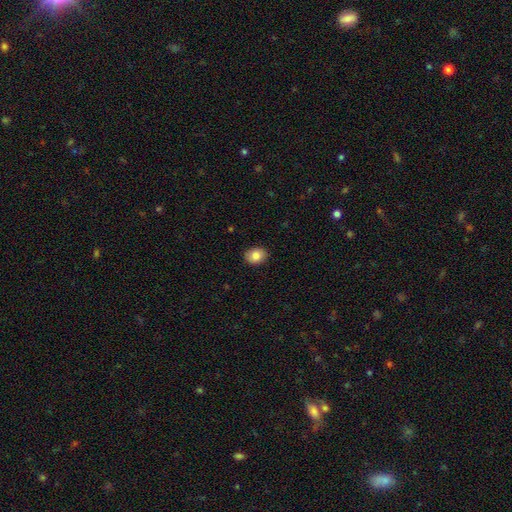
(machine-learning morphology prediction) smooth_or_featured: smooth (p=0.84) [alt: featured or disk p=0.08]
how_rounded: in between (p=0.59) [alt: round p=0.40]
merging: none (p=0.88) [alt: minor disturbance p=0.09]